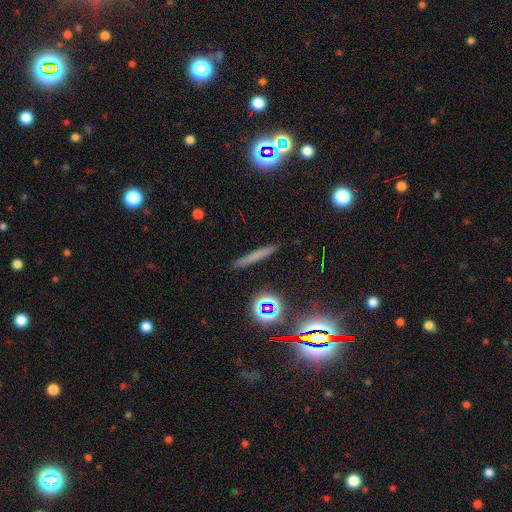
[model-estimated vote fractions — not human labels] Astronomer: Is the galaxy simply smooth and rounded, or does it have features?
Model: smooth — 59%.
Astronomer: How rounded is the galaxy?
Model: cigar-shaped — 93%.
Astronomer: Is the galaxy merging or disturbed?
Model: none — 89%.